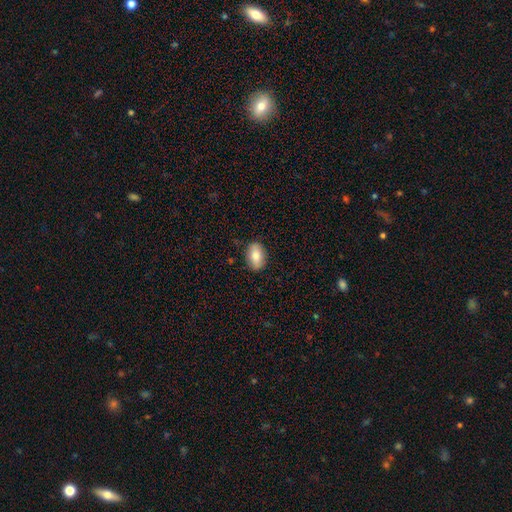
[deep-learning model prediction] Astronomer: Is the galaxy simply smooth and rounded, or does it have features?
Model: smooth — 78%.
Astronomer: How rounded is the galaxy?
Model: in between — 88%.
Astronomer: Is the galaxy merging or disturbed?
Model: none — 85%.